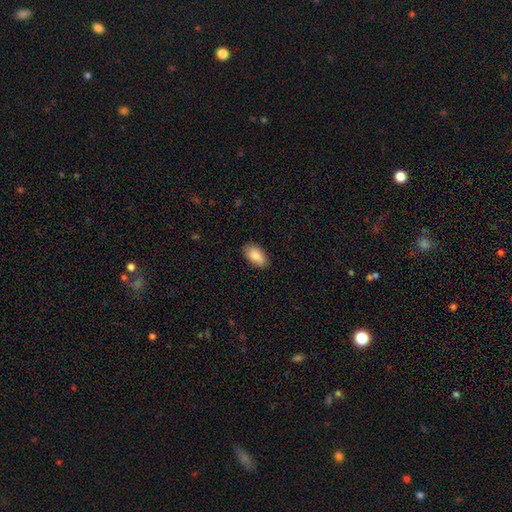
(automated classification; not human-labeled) The model was most divided on "merging": none: 84%, minor disturbance: 13%, major disturbance: 2%, merger: 1%. More confident: how rounded — in between (94%); smooth or featured — smooth (88%).